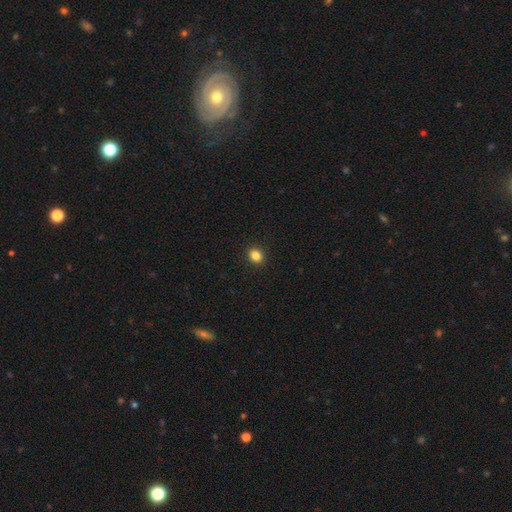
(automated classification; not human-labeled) Smooth or featured? Predicted: smooth (p=0.85). How rounded? Predicted: round (p=0.60). Merging? Predicted: none (p=0.92).